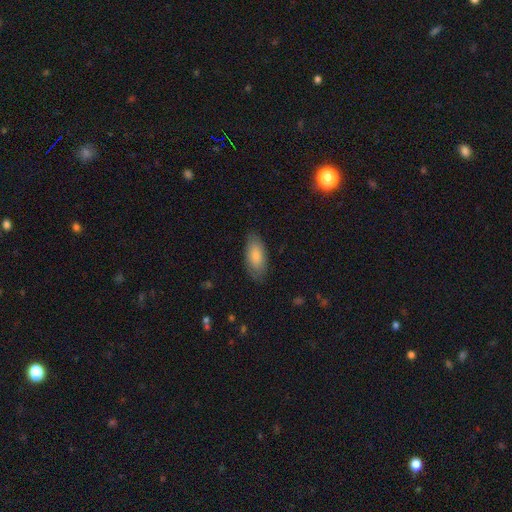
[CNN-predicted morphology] type=smooth (82%); roundness=in between (89%); merging=none (81%).